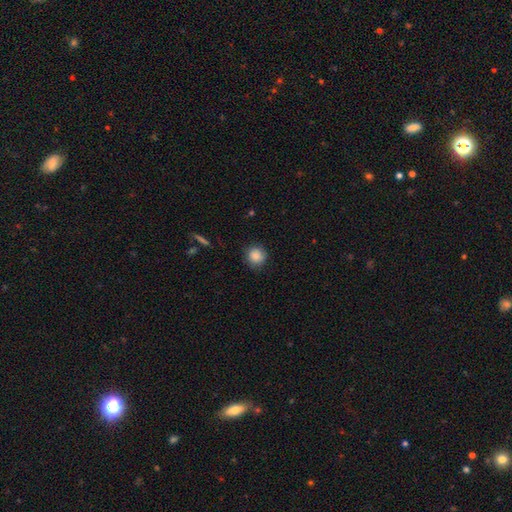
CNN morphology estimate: Smooth or featured? smooth (87%)
How rounded? round (92%)
Merging? none (85%)